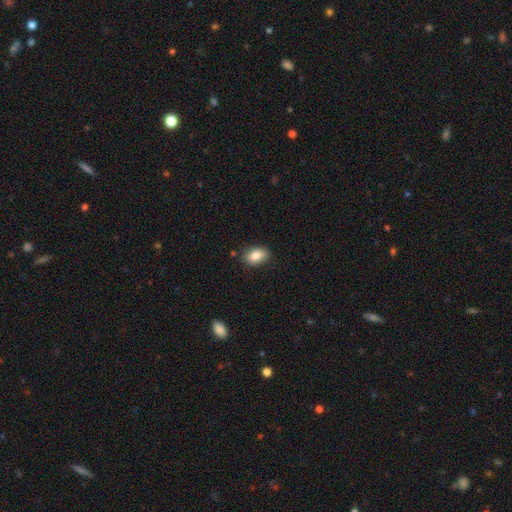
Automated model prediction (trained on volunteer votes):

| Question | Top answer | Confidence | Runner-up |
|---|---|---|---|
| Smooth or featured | smooth | 85% | star or artifact (8%) |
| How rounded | in between | 87% | round (12%) |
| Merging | none | 84% | minor disturbance (11%) |